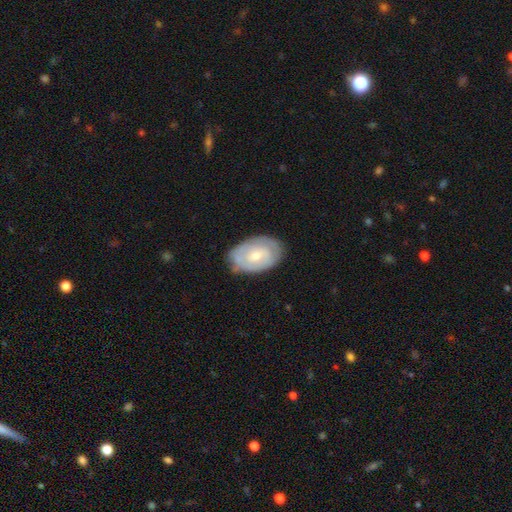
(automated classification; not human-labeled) Smooth or featured: featured or disk — 56% (smooth — 39%)
Edge-on disk: no — 95% (yes — 5%)
Bar: no — 73% (weak — 22%)
Spiral arms: yes — 56% (no — 44%)
Bulge size: small — 51% (moderate — 45%)
Merging: none — 74% (minor disturbance — 20%)